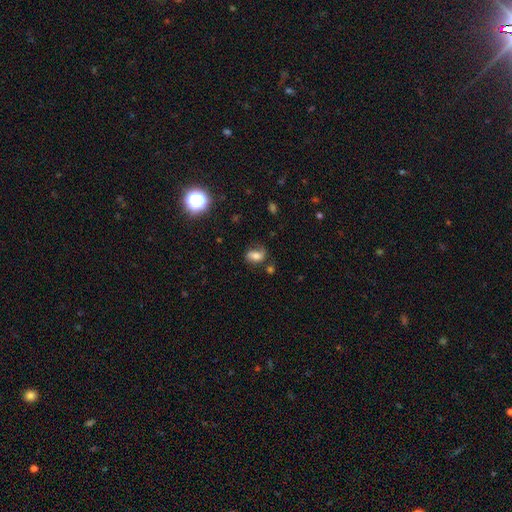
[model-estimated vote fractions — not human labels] Smooth or featured? Predicted: smooth (p=0.55). How rounded? Predicted: in between (p=0.77). Merging? Predicted: none (p=0.60).